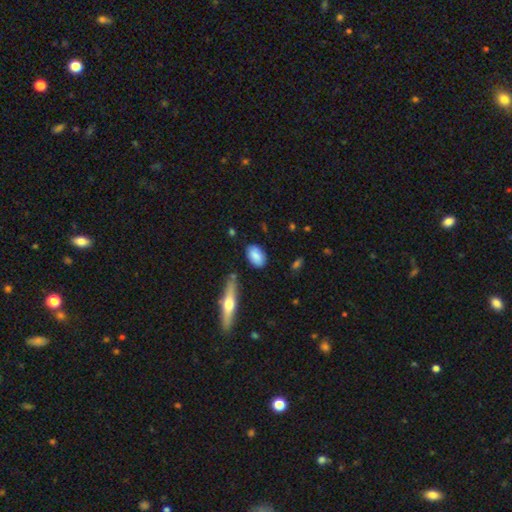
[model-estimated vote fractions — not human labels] Smooth or featured: smooth — 81% (featured or disk — 13%)
How rounded: in between — 88% (round — 9%)
Merging: none — 78% (minor disturbance — 15%)